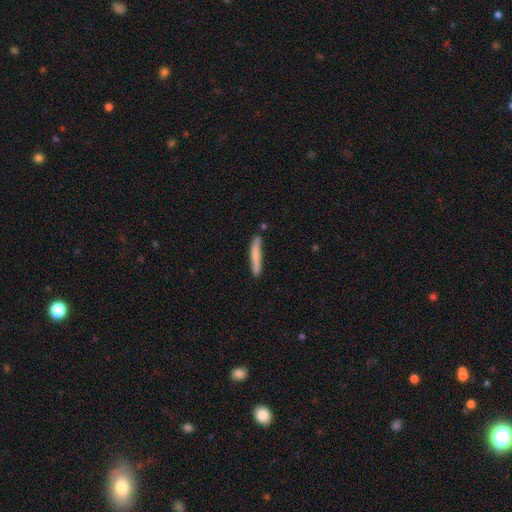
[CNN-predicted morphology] The model was most divided on "smooth or featured": smooth: 72%, featured or disk: 22%, star or artifact: 6%. More confident: how rounded — cigar-shaped (94%); merging — none (77%).